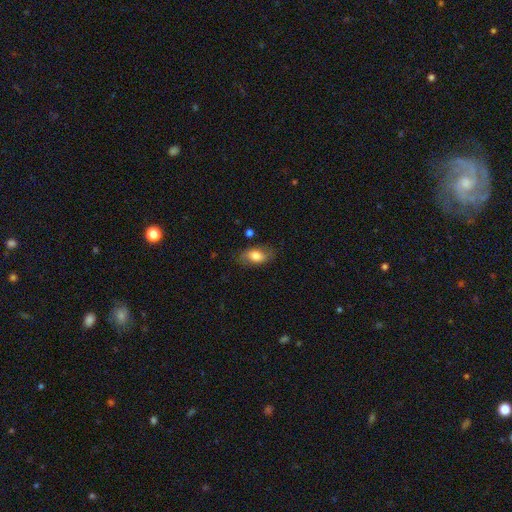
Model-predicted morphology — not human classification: Overall: smooth (69%). How rounded: in between (88%). Merging: none (74%).